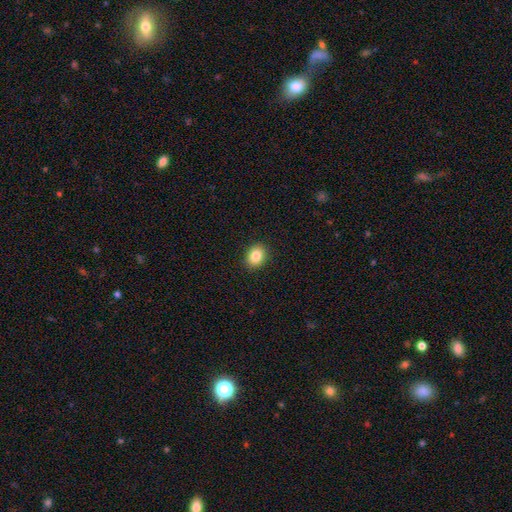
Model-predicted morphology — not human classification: This is clearly a smooth galaxy (85%). How rounded: possibly in between (56%). Merging: clearly none (91%).